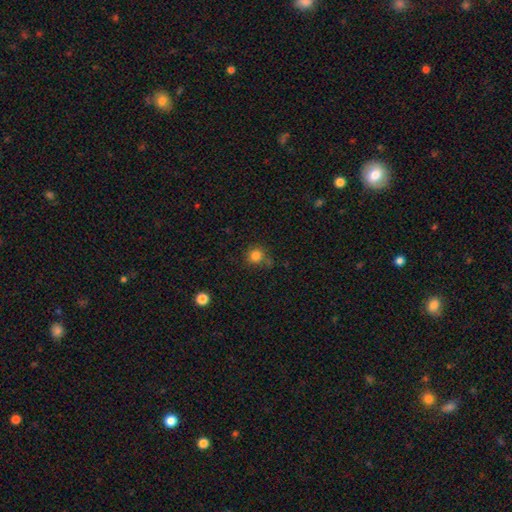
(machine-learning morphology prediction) A smooth galaxy with no disk features (82%) that is round (91%). Merging: none (72%).